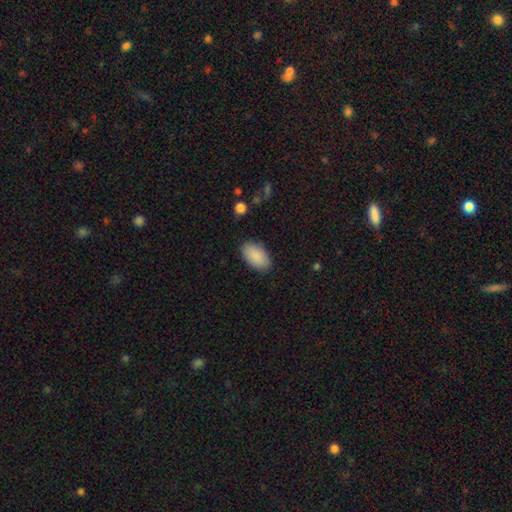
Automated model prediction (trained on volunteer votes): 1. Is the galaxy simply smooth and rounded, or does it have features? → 89% smooth, 6% star or artifact, 5% featured or disk.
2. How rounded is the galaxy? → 95% in between, 4% round, 2% cigar-shaped.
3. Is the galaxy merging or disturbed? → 87% none, 10% minor disturbance, 2% major disturbance, 1% merger.